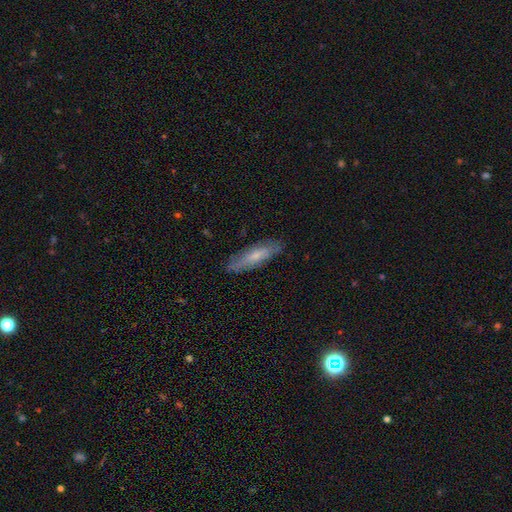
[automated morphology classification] Smooth or featured: smooth — 60% (featured or disk — 34%)
How rounded: cigar-shaped — 70% (in between — 29%)
Merging: none — 82% (minor disturbance — 14%)